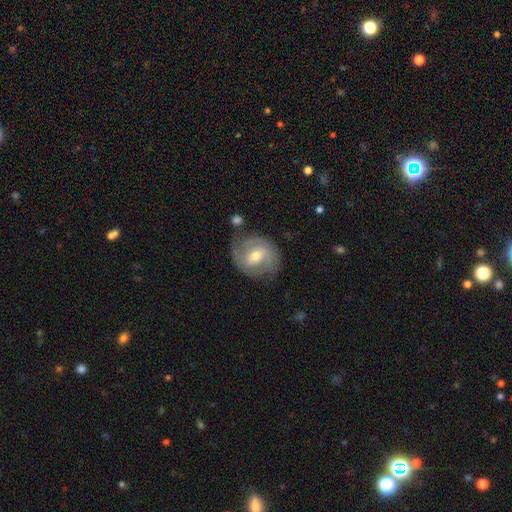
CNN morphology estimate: Overall: featured or disk (71%). Edge-on disk: no (97%). Bar: weak (54%; no 25%). Spiral arms: yes (86%). Spiral arm count: 2 (67%). Spiral winding: tight (45%; medium 41%). Bulge size: moderate (69%). Merging: none (72%).